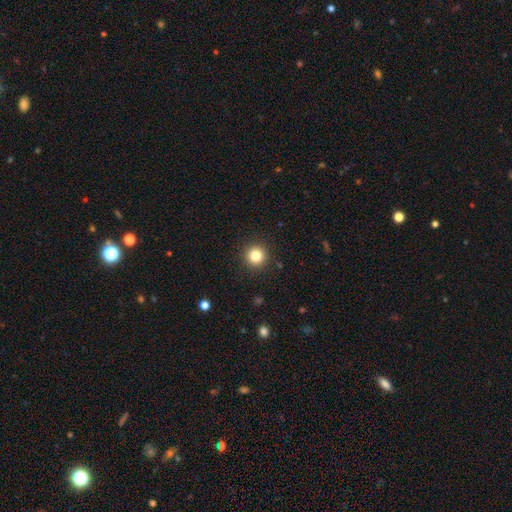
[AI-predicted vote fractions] Q: Smooth or featured?
A: smooth (83%); runner-up: star or artifact (12%)
Q: How rounded?
A: round (95%); runner-up: in between (4%)
Q: Merging?
A: none (91%); runner-up: minor disturbance (5%)